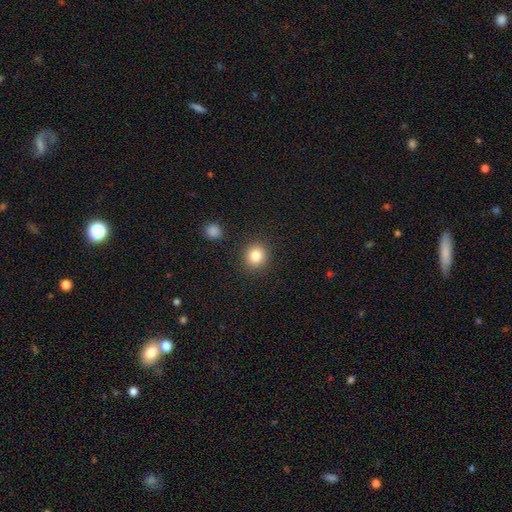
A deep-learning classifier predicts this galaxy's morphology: A smooth galaxy with no disk features (84%) that is round (89%).

Vote fractions:
- Smooth or featured? smooth: 84% / star or artifact: 11% / featured or disk: 6%
- How rounded? round: 89% / in between: 10% / cigar-shaped: 1%
- Merging? none: 89% / minor disturbance: 6% / major disturbance: 2% / merger: 2%